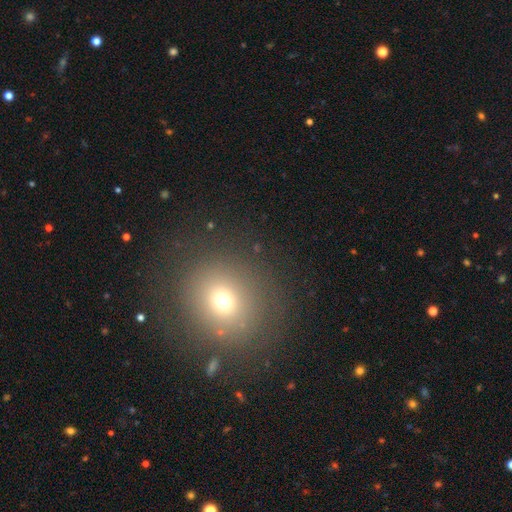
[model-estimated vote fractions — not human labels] smooth 64%, star or artifact 26%, featured or disk 10%. Down the decision tree: how rounded — round (85%); merging — none (89%).